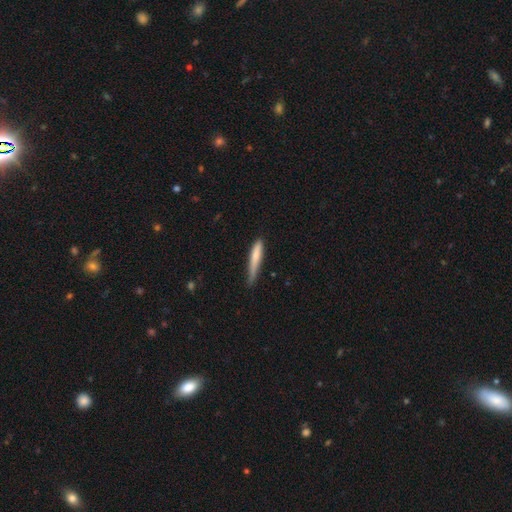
Volunteers were most divided on "merging" (2-way tie): none: 47%, minor disturbance: 47%, major disturbance: 6%, merger: 0%. More confident: how rounded — cigar-shaped (92%); smooth or featured — smooth (68%).